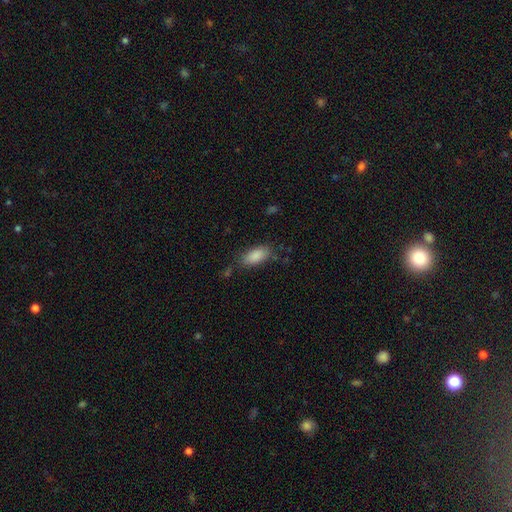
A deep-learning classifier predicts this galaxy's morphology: Q: Smooth or featured?
A: smooth (88%); runner-up: star or artifact (7%)
Q: How rounded?
A: in between (89%); runner-up: cigar-shaped (8%)
Q: Merging?
A: none (75%); runner-up: minor disturbance (17%)